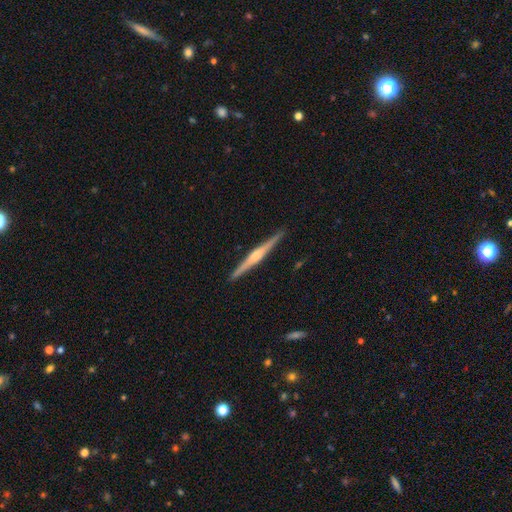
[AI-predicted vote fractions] Smooth or featured? Predicted: featured or disk (p=0.76). Edge-on disk? Predicted: yes (p=0.98). Edge-on bulge? Predicted: rounded (p=0.72). Merging? Predicted: none (p=0.91).